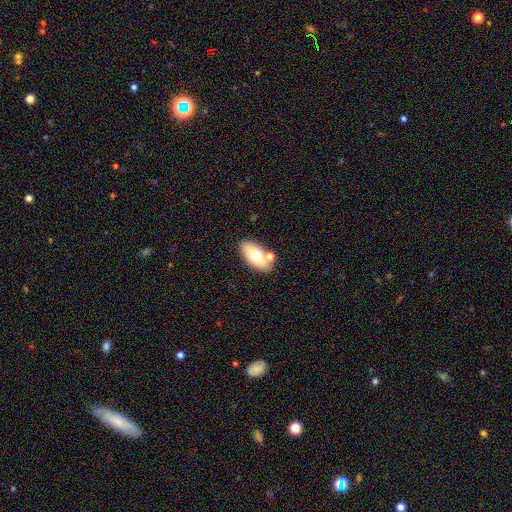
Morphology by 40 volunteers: This is likely a smooth galaxy (70%). How rounded: clearly in between (86%). Merging: likely none (74%).